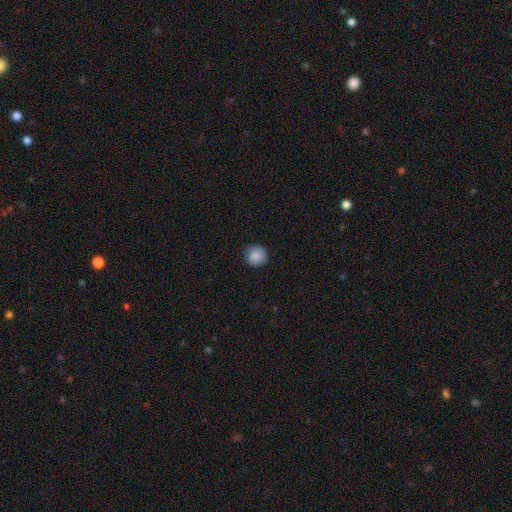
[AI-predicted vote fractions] Smooth or featured? smooth (88%)
How rounded? round (93%)
Merging? none (86%)